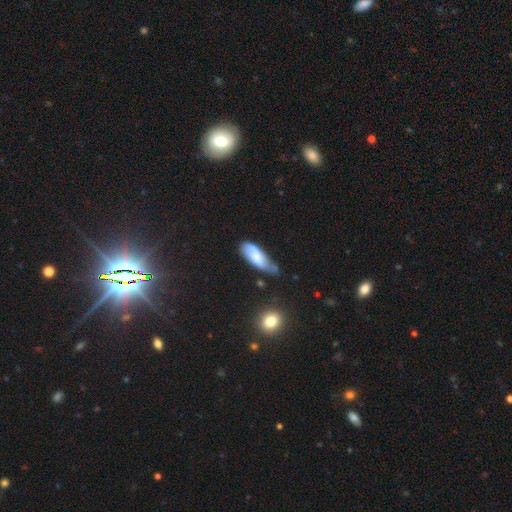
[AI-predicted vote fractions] smooth_or_featured: smooth (p=0.68) [alt: featured or disk p=0.25]
how_rounded: in between (p=0.66) [alt: cigar-shaped p=0.32]
merging: none (p=0.39) [tied with: minor disturbance p=0.39]